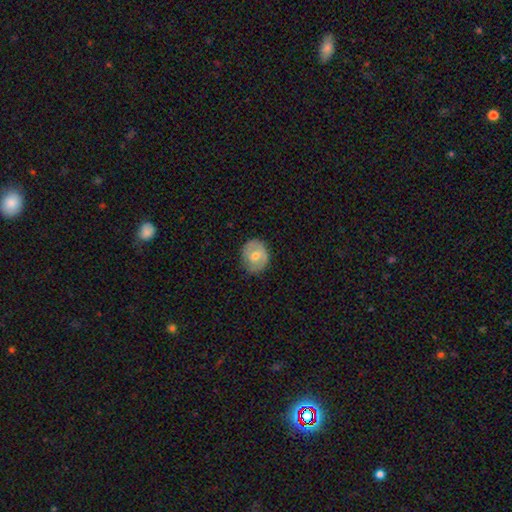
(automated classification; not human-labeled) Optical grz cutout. It shows a featured or disk galaxy (47%). Merging: none (77%).